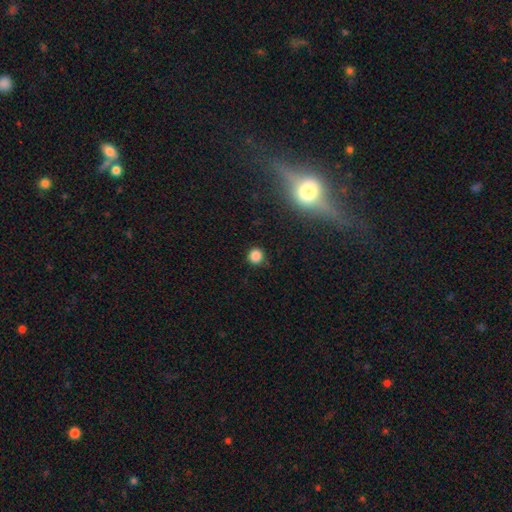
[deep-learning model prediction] Smooth or featured? smooth (83%)
How rounded? round (92%)
Merging? none (84%)